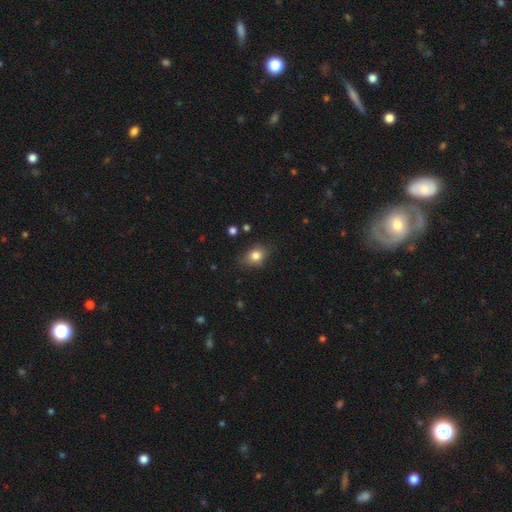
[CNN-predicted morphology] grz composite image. It shows a smooth galaxy with no disk features (80%) that is in between round and cigar-shaped (62%). Merging: none (74%).